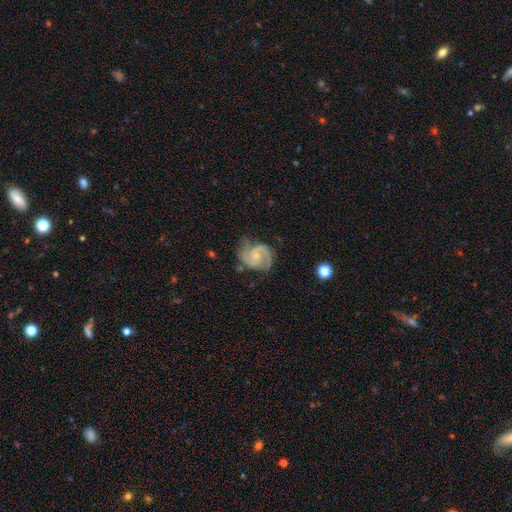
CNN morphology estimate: Q: Smooth or featured?
A: featured or disk (89%); runner-up: smooth (6%)
Q: Edge-on disk?
A: no (98%); runner-up: yes (2%)
Q: Bar?
A: no (60%); runner-up: weak (34%)
Q: Spiral arms?
A: yes (98%); runner-up: no (2%)
Q: Spiral winding?
A: medium (51%); runner-up: tight (39%)
Q: Spiral arm count?
A: 2 (90%); runner-up: 3 (3%)
Q: Bulge size?
A: small (60%); runner-up: moderate (27%)
Q: Merging?
A: none (72%); runner-up: minor disturbance (20%)